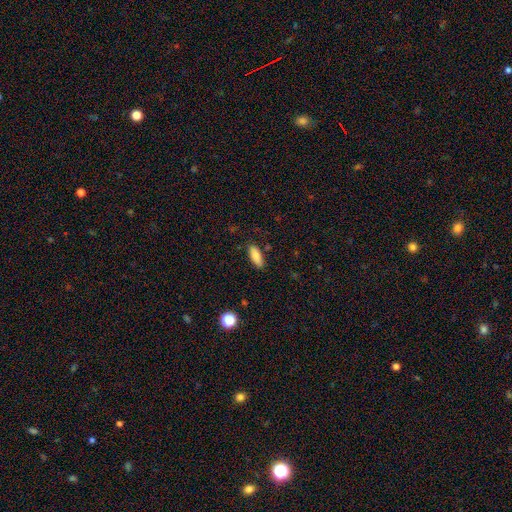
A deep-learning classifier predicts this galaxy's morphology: Smooth or featured: smooth — 82% (featured or disk — 11%)
How rounded: in between — 74% (cigar-shaped — 23%)
Merging: none — 83% (minor disturbance — 12%)